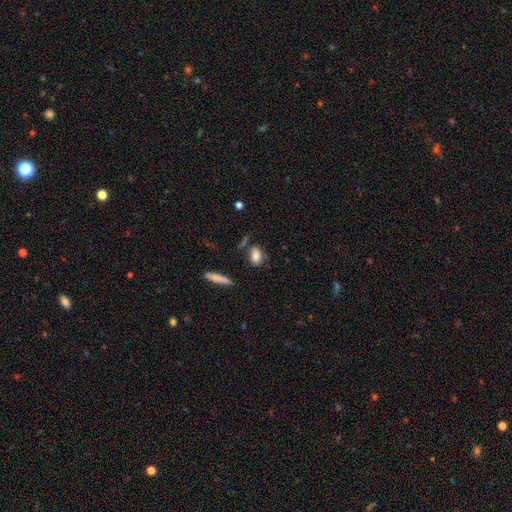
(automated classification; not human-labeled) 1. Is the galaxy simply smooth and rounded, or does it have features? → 81% smooth, 10% featured or disk, 8% star or artifact.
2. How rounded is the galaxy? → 80% in between, 14% round, 6% cigar-shaped.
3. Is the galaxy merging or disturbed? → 64% none, 22% minor disturbance, 7% major disturbance, 6% merger.